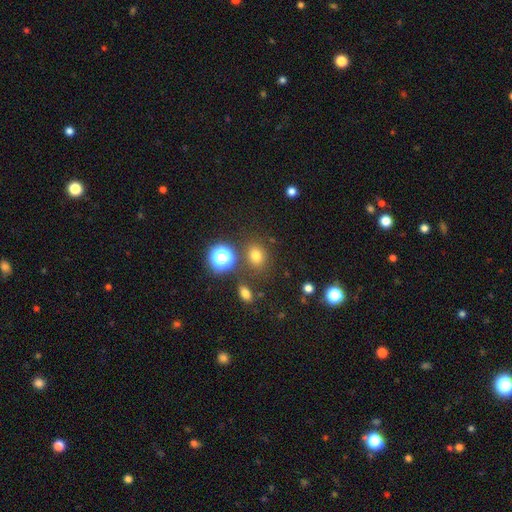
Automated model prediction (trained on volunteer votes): A smooth galaxy with no disk features (72%) that is round (62%). Merging: none (78%).